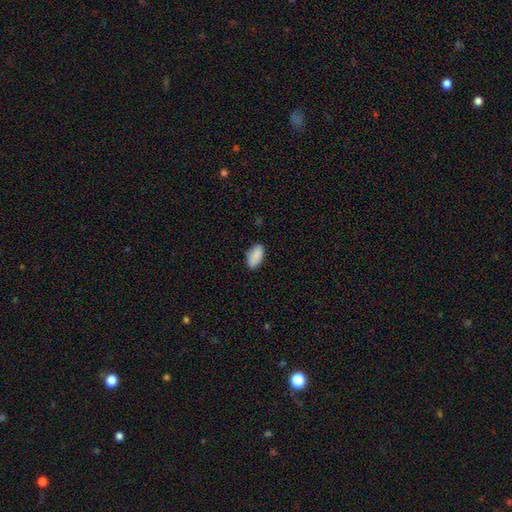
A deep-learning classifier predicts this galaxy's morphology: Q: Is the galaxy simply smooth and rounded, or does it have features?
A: smooth — 88%.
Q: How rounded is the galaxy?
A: in between — 93%.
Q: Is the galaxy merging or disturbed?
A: none — 78%.